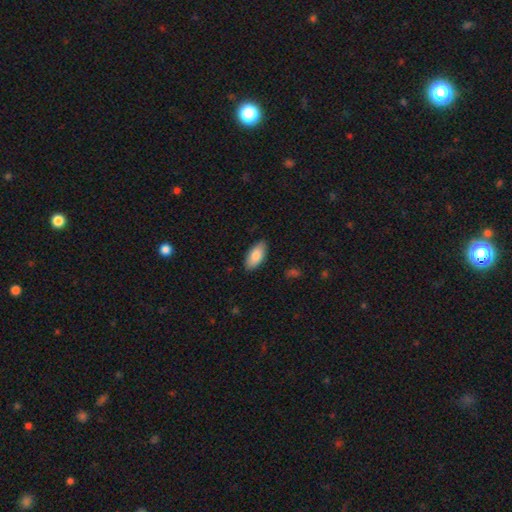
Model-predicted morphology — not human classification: smooth 86%, featured or disk 9%, star or artifact 6%. Down the decision tree: how rounded — in between (91%); merging — none (85%).